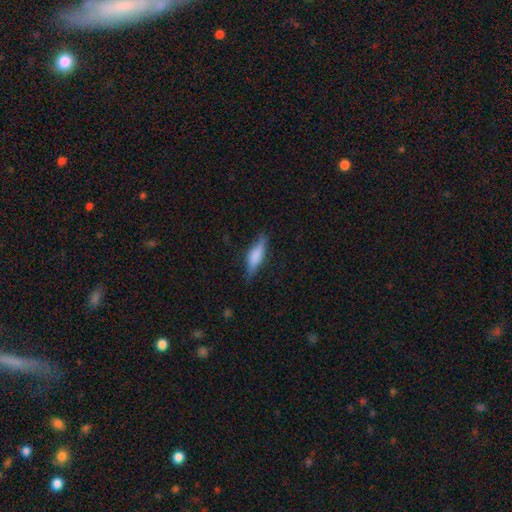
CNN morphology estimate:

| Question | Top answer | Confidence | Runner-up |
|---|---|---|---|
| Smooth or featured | smooth | 66% | featured or disk (27%) |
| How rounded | cigar-shaped | 55% | in between (43%) |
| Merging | none | 74% | minor disturbance (19%) |